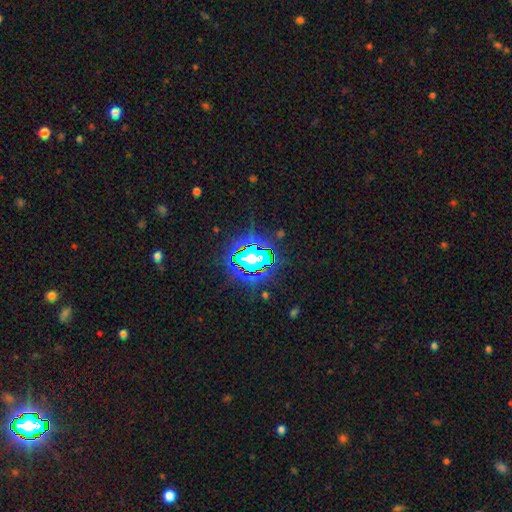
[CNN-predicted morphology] Smooth or featured?
  - star or artifact: 72% *
  - smooth: 16%
  - featured or disk: 12%